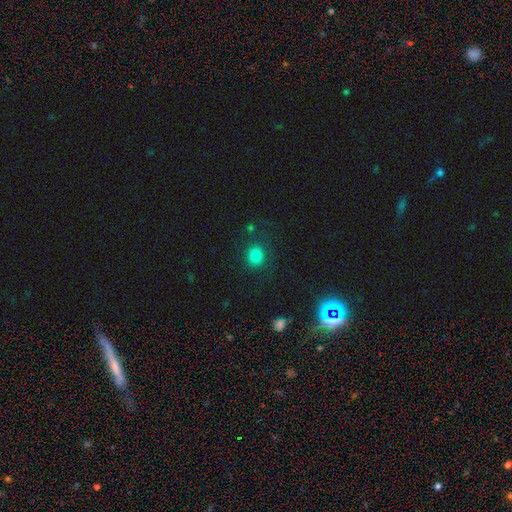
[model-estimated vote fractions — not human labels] A smooth galaxy with no disk features (81%) that is round (81%).

Vote fractions:
- Smooth or featured? smooth: 81% / star or artifact: 14% / featured or disk: 6%
- How rounded? round: 81% / in between: 18% / cigar-shaped: 1%
- Merging? none: 82% / minor disturbance: 10% / major disturbance: 5% / merger: 3%